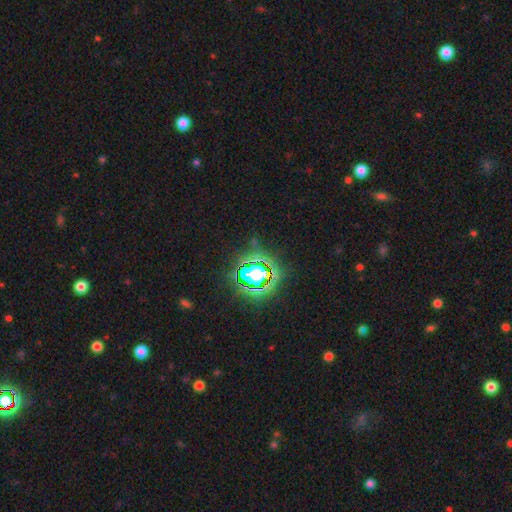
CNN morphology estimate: Smooth or featured? Predicted: star or artifact (p=0.81).